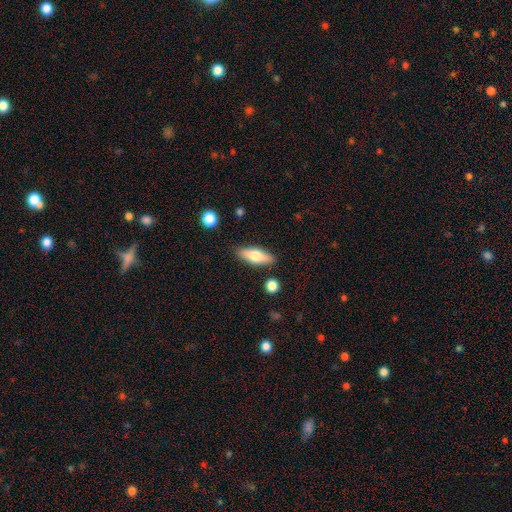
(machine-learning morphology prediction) A smooth galaxy with no disk features (61%) that is in between round and cigar-shaped (62%).

Vote fractions:
- Smooth or featured? smooth: 61% / featured or disk: 32% / star or artifact: 6%
- How rounded? in between: 62% / cigar-shaped: 35% / round: 3%
- Merging? none: 86% / minor disturbance: 10% / merger: 3% / major disturbance: 2%